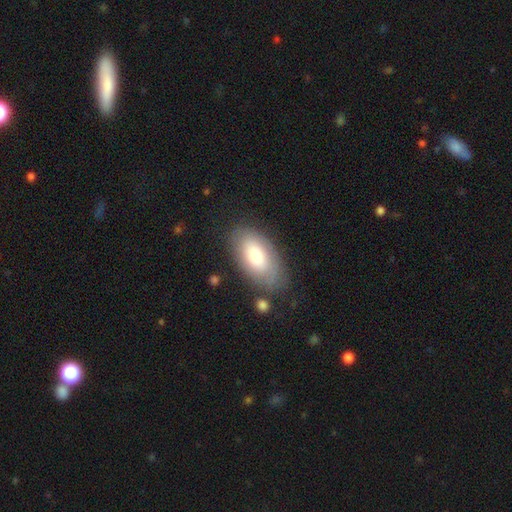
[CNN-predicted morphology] A smooth galaxy with no disk features (68%) that is in between round and cigar-shaped (93%).

Vote fractions:
- Smooth or featured? smooth: 68% / featured or disk: 24% / star or artifact: 7%
- How rounded? in between: 93% / cigar-shaped: 3% / round: 3%
- Merging? none: 74% / minor disturbance: 17% / major disturbance: 6% / merger: 3%